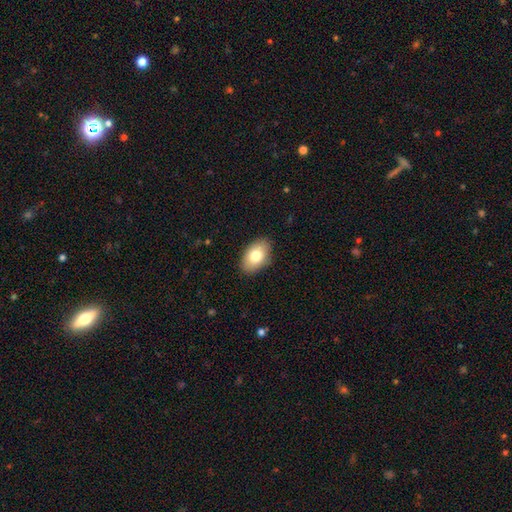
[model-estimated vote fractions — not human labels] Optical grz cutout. It shows a smooth galaxy with no disk features (77%) that is in between round and cigar-shaped (92%). Merging: none (87%).